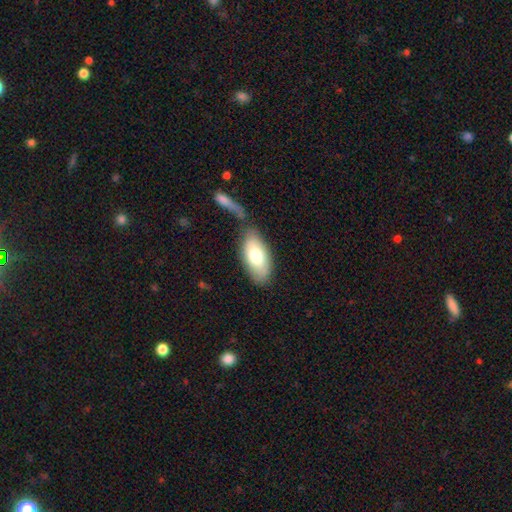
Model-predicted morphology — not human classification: This is likely a smooth galaxy (74%). How rounded: clearly in between (91%). Merging: likely none (64%).